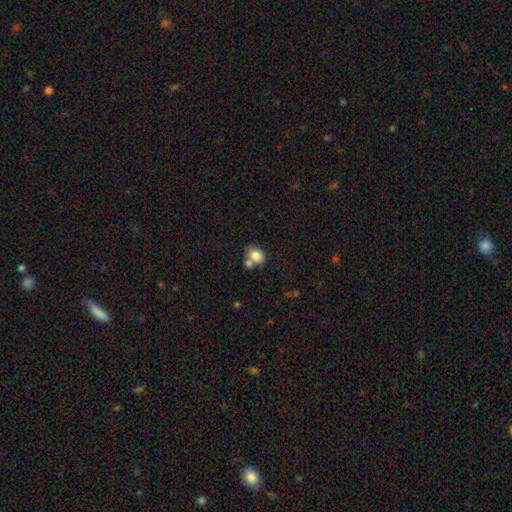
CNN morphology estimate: Q: Smooth or featured?
A: smooth (81%); runner-up: featured or disk (10%)
Q: How rounded?
A: in between (60%); runner-up: round (39%)
Q: Merging?
A: none (45%); runner-up: merger (38%)